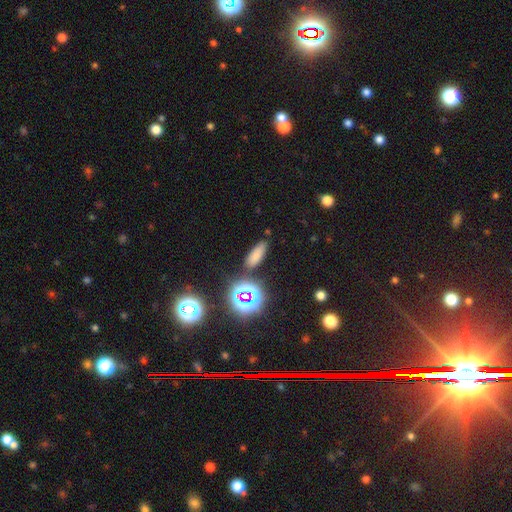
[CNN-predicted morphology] Smooth or featured? smooth (67%)
How rounded? in between (68%)
Merging? none (81%)